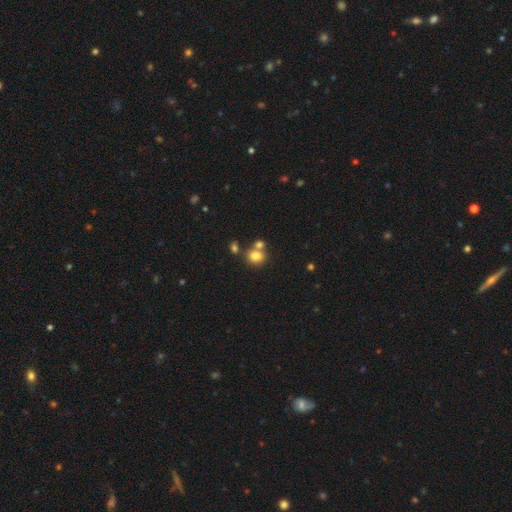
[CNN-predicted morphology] The model was most divided on "merging": none: 54%, merger: 32%, minor disturbance: 10%, major disturbance: 4%. More confident: smooth or featured — smooth (80%); how rounded — round (72%).